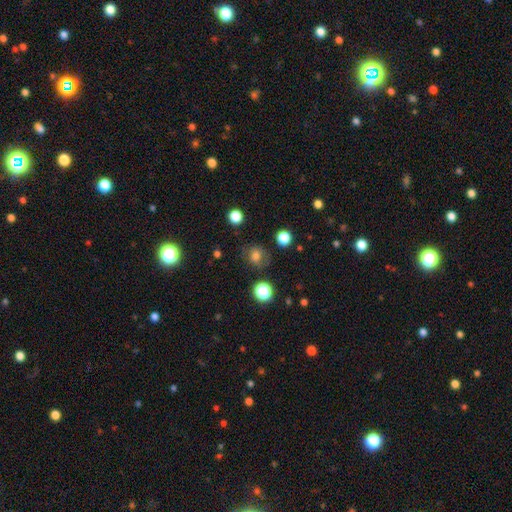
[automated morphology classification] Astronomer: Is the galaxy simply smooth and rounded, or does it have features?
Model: smooth — 72%.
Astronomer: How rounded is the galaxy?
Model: round — 78%.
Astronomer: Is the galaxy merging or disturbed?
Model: none — 75%.